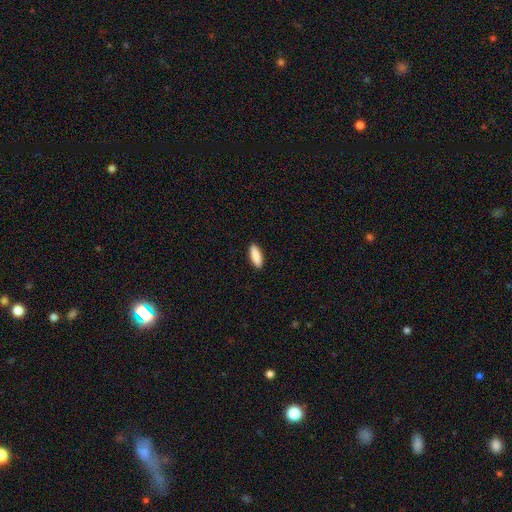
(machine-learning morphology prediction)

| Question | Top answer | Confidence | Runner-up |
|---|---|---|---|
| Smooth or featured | smooth | 90% | star or artifact (6%) |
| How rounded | in between | 61% | cigar-shaped (38%) |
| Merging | none | 91% | minor disturbance (6%) |